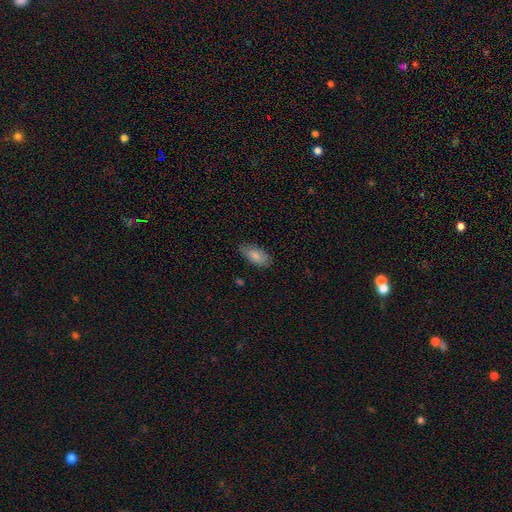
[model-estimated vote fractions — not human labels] Overall: smooth (83%). How rounded: in between (91%). Merging: none (80%).